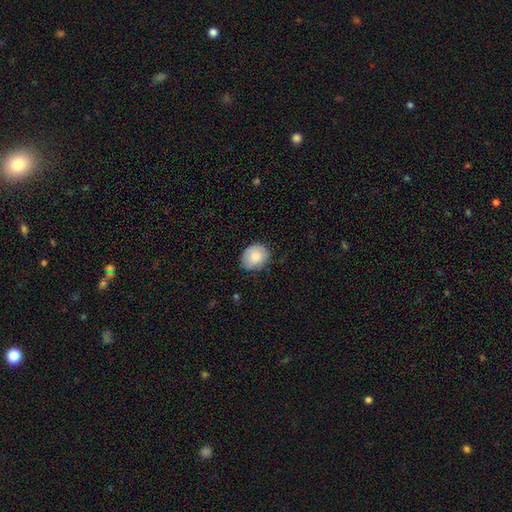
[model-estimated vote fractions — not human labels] A smooth galaxy with no disk features (80%) that is round (53%). Merging: none (75%).